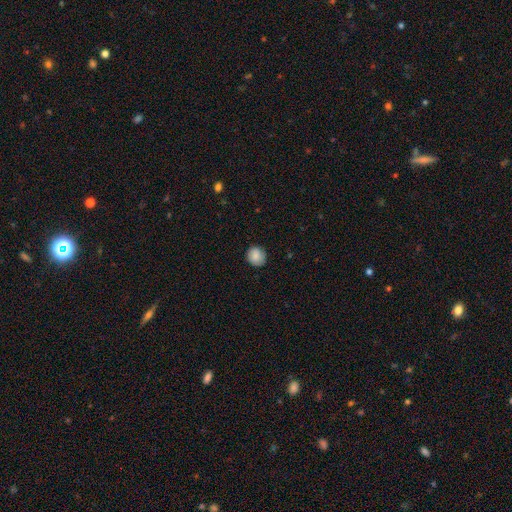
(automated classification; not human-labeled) Morphology: type=smooth (86%); roundness=round (85%); merging=none (83%).